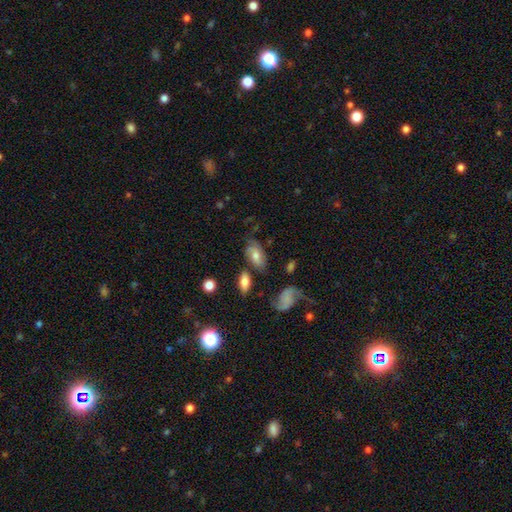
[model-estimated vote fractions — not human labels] Morphology: type=smooth (50%); merging=none (58%).